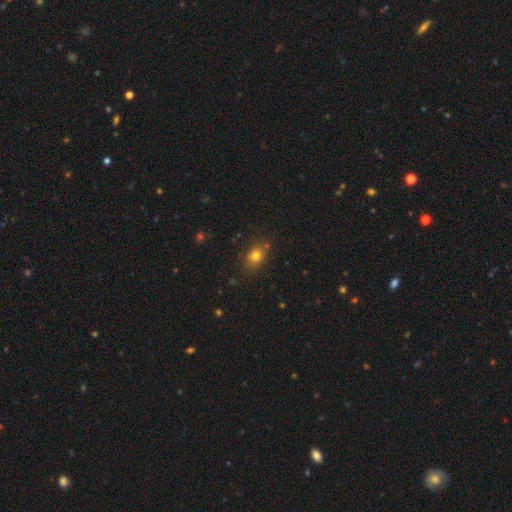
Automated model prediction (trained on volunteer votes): Smooth or featured? smooth (78%)
How rounded? in between (55%)
Merging? none (78%)